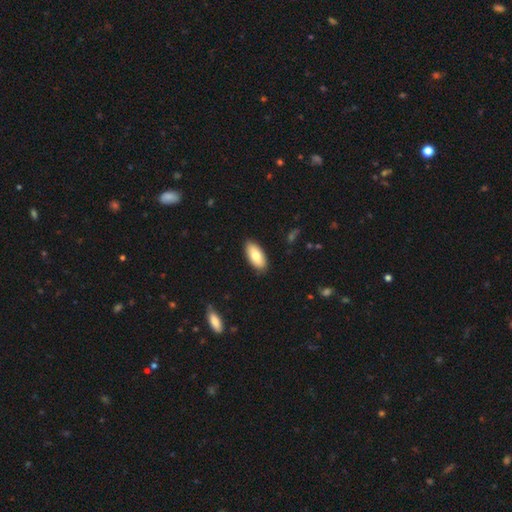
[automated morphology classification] This appears to be a smooth galaxy with no disk features (79%) that is in between round and cigar-shaped (90%). Merging: none (87%).